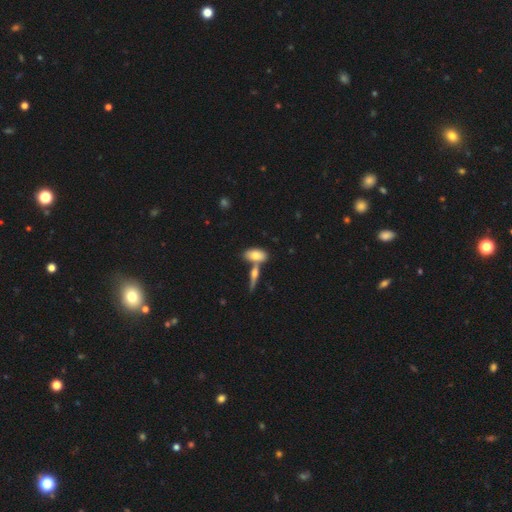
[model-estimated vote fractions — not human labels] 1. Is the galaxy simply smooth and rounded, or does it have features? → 69% smooth, 24% featured or disk, 7% star or artifact.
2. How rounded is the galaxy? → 87% in between, 9% cigar-shaped, 4% round.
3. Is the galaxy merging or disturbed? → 51% none, 37% merger, 9% minor disturbance, 3% major disturbance.